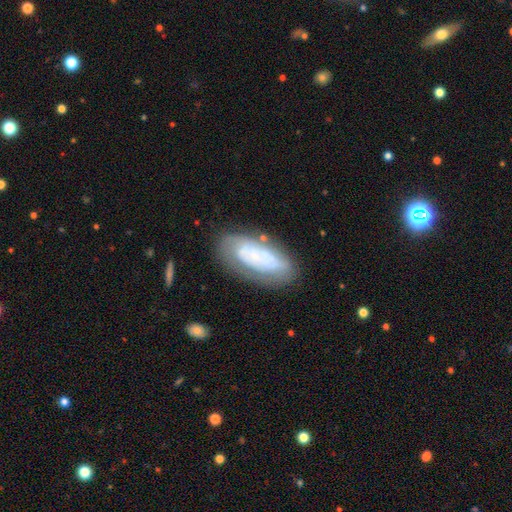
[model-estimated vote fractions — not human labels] This appears to be a featured or disk galaxy (55%). Merging: none (66%).